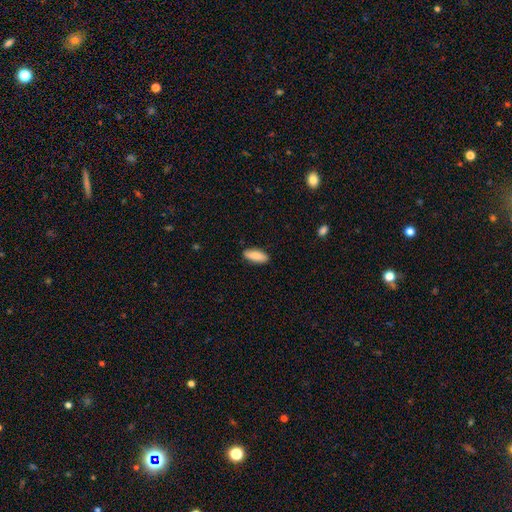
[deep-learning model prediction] Smooth or featured? smooth (86%)
How rounded? in between (71%)
Merging? none (87%)